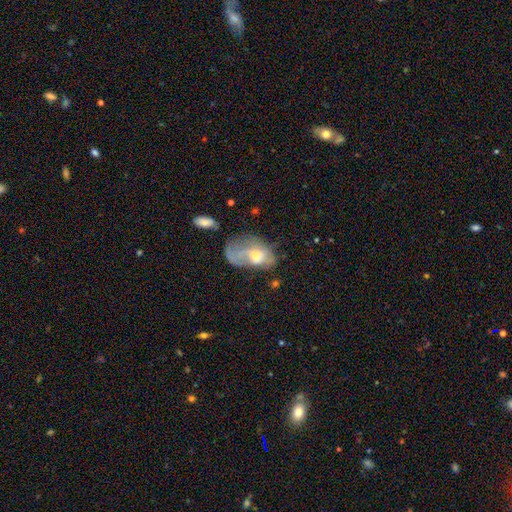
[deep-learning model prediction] A featured or disk galaxy (46%).

Vote fractions:
- Smooth or featured? featured or disk: 46% / smooth: 45% / star or artifact: 9%
- Merging? major disturbance: 45% / minor disturbance: 24% / none: 23% / merger: 8%